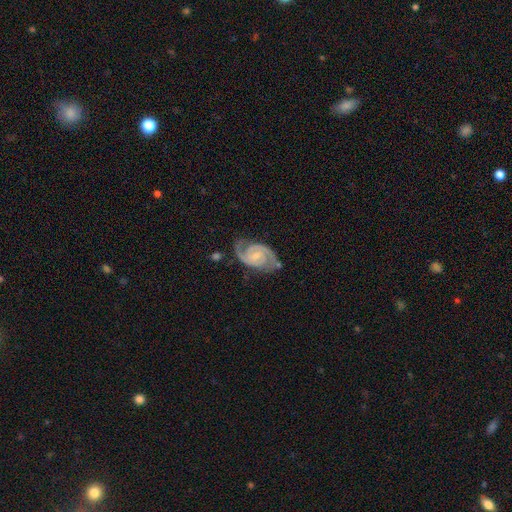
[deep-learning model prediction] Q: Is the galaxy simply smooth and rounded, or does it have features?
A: featured or disk — 92%.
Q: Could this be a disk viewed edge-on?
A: no — 98%.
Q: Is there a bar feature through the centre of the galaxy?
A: weak — 46%.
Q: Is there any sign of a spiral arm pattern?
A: yes — 98%.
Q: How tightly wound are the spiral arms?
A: medium — 48%.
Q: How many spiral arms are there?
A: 2 — 92%.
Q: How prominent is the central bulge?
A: small — 61%.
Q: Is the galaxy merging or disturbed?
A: none — 76%.